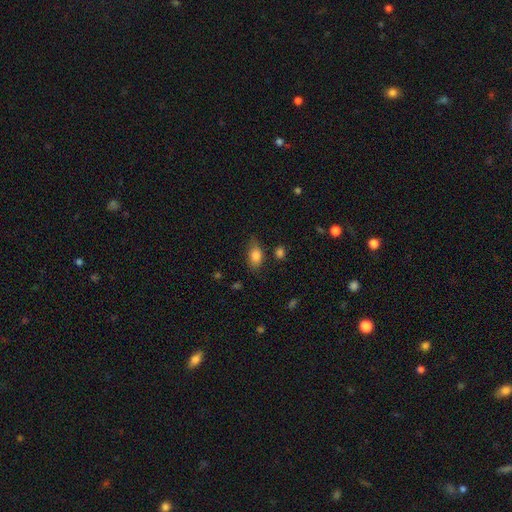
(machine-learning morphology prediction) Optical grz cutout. It shows a smooth galaxy with no disk features (82%) that is in between round and cigar-shaped (84%). Merging: none (70%).